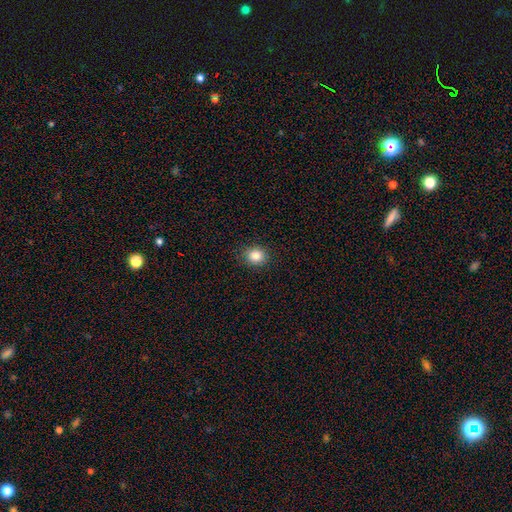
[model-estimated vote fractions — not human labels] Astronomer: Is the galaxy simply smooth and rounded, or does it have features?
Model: smooth — 84%.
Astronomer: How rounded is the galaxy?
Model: round — 77%.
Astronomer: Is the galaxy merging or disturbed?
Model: none — 90%.